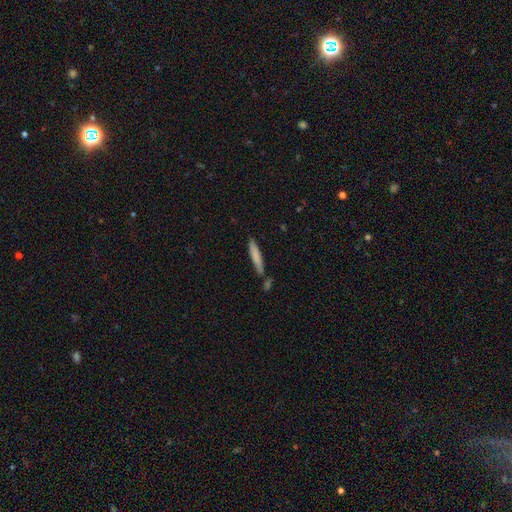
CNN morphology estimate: smooth 77%, featured or disk 17%, star or artifact 6%. Down the decision tree: how rounded — cigar-shaped (91%); merging — none (72%).